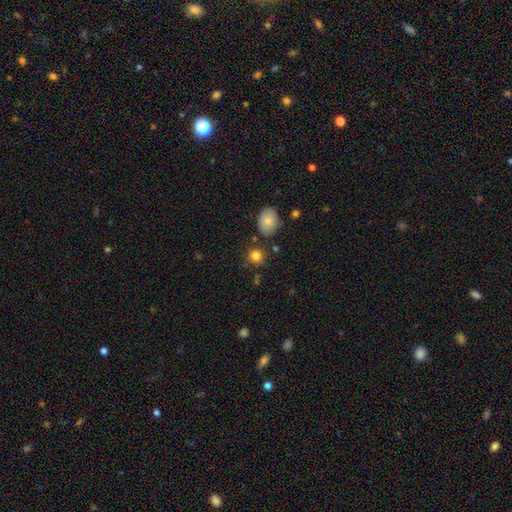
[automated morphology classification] The model was most divided on "how rounded": round: 79%, in between: 20%, cigar-shaped: 1%. More confident: smooth or featured — smooth (83%); merging — none (78%).